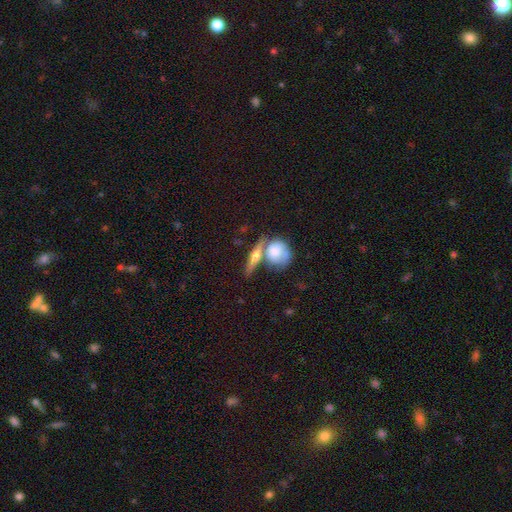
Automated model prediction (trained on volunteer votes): This appears to be a featured or disk galaxy (50%). Merging: none (52%).